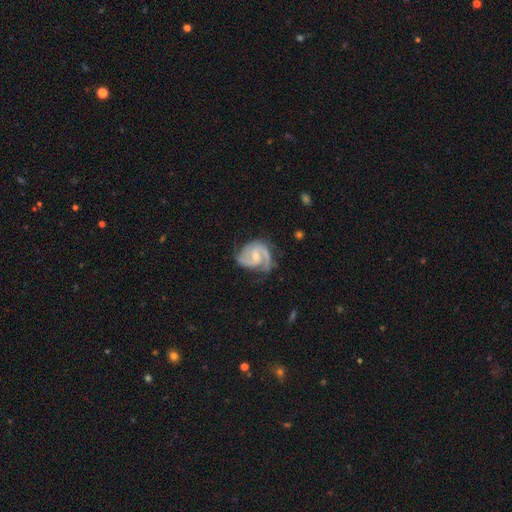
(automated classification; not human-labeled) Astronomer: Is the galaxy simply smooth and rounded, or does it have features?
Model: featured or disk — 89%.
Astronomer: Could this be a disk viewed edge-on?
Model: no — 98%.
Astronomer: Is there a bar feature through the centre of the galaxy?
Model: weak — 46% (runner-up: no, 41%).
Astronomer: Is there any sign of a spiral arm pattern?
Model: yes — 98%.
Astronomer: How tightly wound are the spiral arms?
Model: medium — 51% (runner-up: tight, 35%).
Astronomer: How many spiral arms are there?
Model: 2 — 75%.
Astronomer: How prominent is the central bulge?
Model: small — 50% (runner-up: moderate, 45%).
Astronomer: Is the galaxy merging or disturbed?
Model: none — 61%.